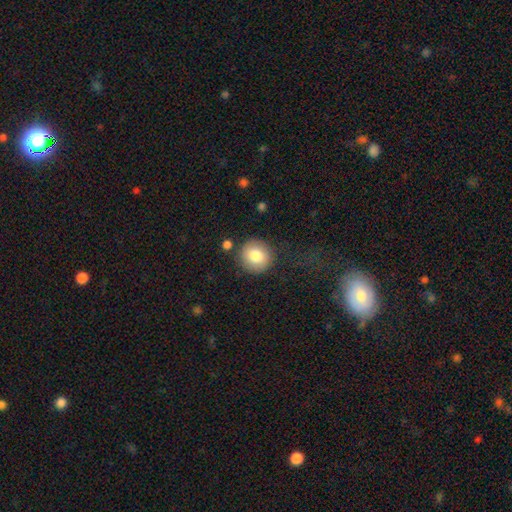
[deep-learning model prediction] Overall: smooth (81%). How rounded: round (90%). Merging: none (84%).